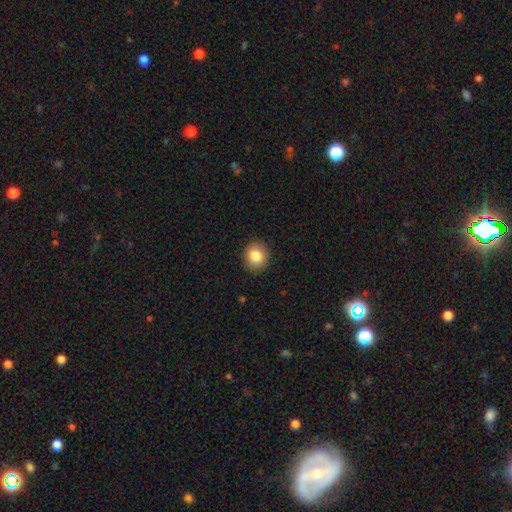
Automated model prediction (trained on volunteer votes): Morphology: type=smooth (85%); roundness=round (80%); merging=none (90%).